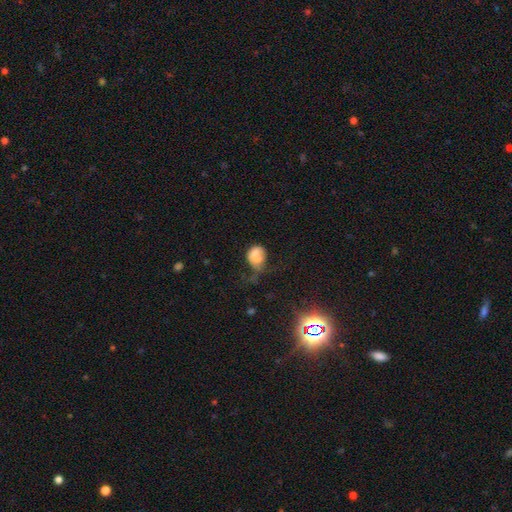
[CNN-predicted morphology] smooth 64%, featured or disk 24%, star or artifact 11%. Down the decision tree: how rounded — in between (53%); merging — merger (28%).